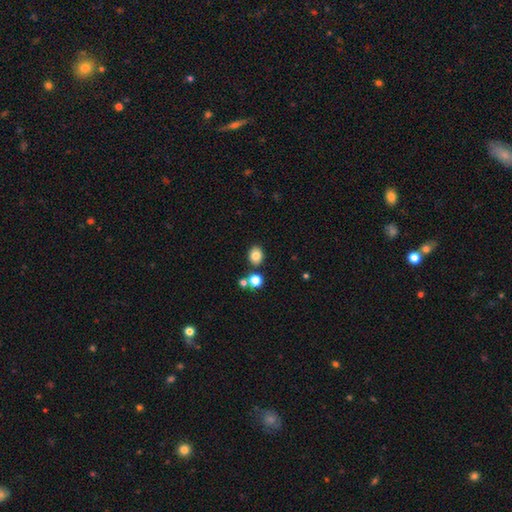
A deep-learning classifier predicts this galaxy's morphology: The model was most divided on "how rounded": round: 60%, in between: 39%, cigar-shaped: 1%. More confident: smooth or featured — smooth (81%); merging — none (81%).